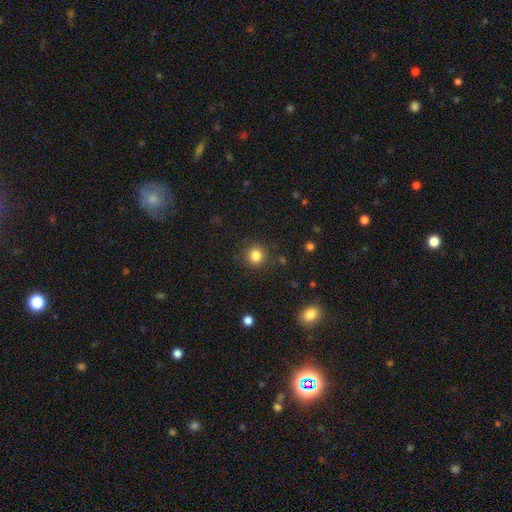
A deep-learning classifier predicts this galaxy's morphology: This appears to be a smooth galaxy with no disk features (84%) that is round (91%). Merging: none (88%).